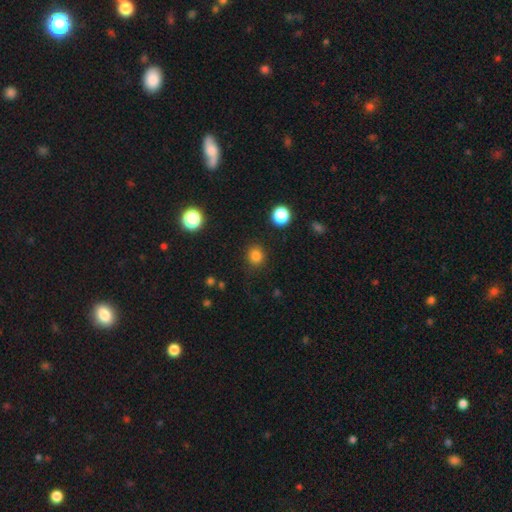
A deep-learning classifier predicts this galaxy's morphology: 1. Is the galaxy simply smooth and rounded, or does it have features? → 82% smooth, 14% star or artifact, 4% featured or disk.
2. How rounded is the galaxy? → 79% round, 20% in between, 1% cigar-shaped.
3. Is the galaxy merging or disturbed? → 87% none, 9% minor disturbance, 3% major disturbance, 2% merger.